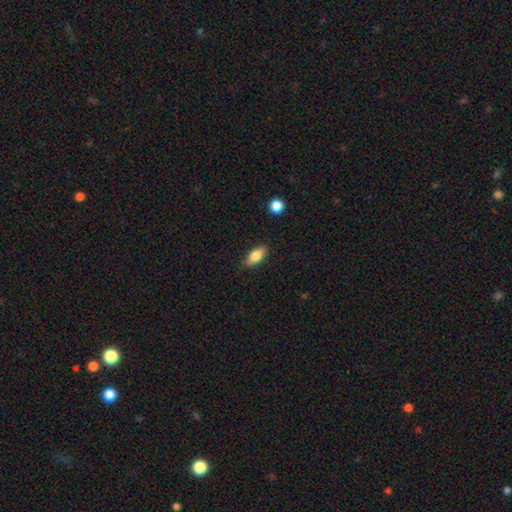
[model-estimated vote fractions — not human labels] smooth_or_featured: smooth (p=0.79) [alt: featured or disk p=0.14]
how_rounded: in between (p=0.84) [alt: cigar-shaped p=0.12]
merging: none (p=0.81) [alt: minor disturbance p=0.15]